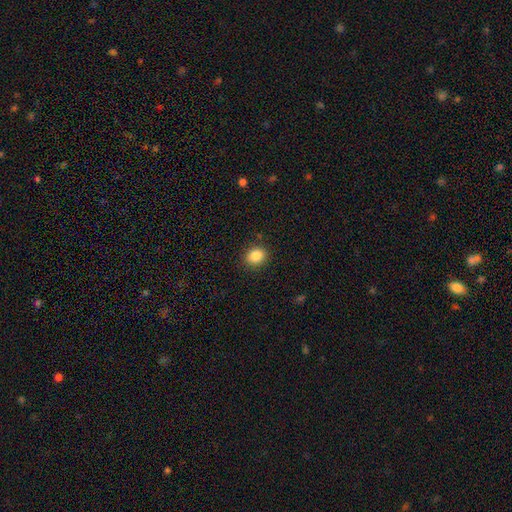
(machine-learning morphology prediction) Q: Smooth or featured?
A: smooth (86%); runner-up: star or artifact (9%)
Q: How rounded?
A: round (63%); runner-up: in between (36%)
Q: Merging?
A: none (88%); runner-up: minor disturbance (8%)